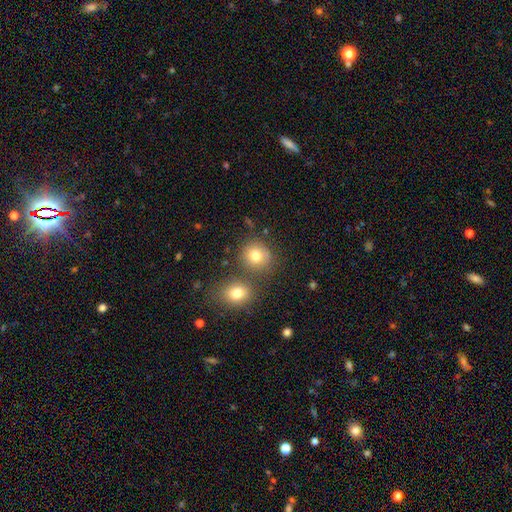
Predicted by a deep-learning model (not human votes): Q: Smooth or featured?
A: smooth (77%); runner-up: star or artifact (13%)
Q: How rounded?
A: round (84%); runner-up: in between (15%)
Q: Merging?
A: none (70%); runner-up: merger (16%)